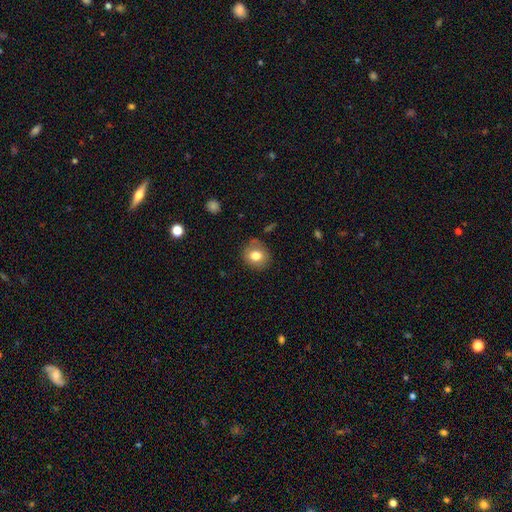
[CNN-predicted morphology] Overall: smooth (78%). How rounded: round (78%). Merging: none (81%).